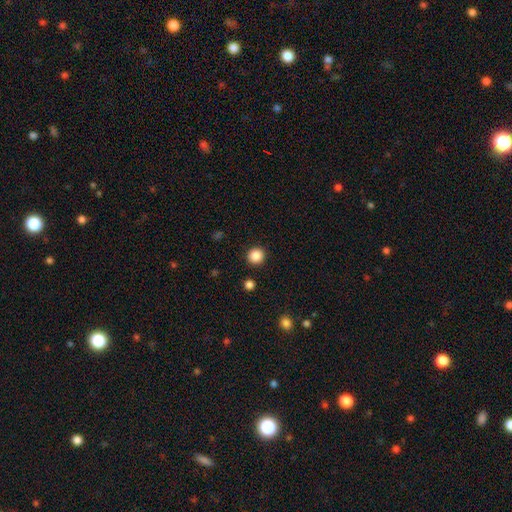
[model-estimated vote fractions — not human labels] smooth 87%, star or artifact 10%, featured or disk 3%. Down the decision tree: how rounded — round (93%); merging — none (92%).